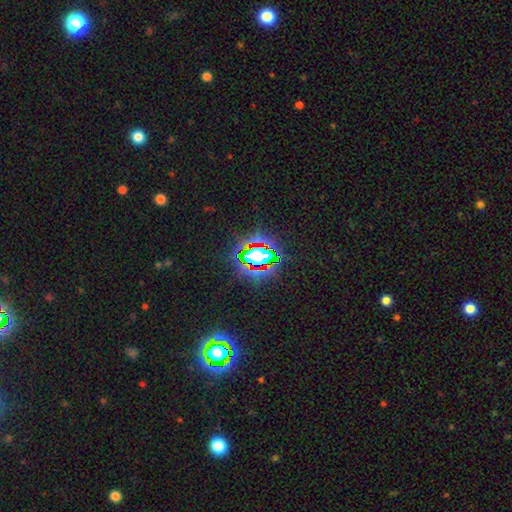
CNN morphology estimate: star or artifact 66%, smooth 21%, featured or disk 12%.